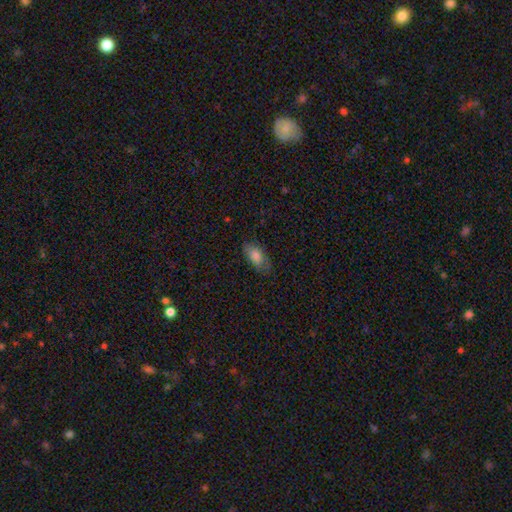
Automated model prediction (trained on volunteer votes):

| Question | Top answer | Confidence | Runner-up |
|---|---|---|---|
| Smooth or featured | smooth | 79% | featured or disk (13%) |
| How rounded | in between | 89% | cigar-shaped (7%) |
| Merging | none | 75% | minor disturbance (19%) |